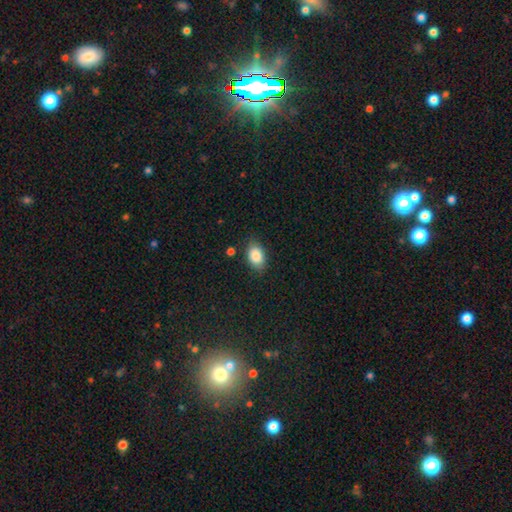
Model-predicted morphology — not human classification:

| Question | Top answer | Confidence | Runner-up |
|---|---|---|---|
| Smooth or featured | smooth | 87% | star or artifact (8%) |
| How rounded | in between | 86% | round (12%) |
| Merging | none | 81% | minor disturbance (14%) |